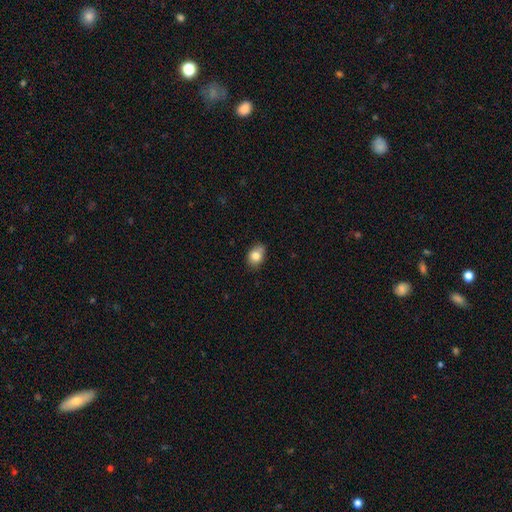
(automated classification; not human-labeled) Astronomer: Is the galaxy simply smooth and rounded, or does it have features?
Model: smooth — 82%.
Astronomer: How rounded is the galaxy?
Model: in between — 63%.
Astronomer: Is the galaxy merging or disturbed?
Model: none — 70%.